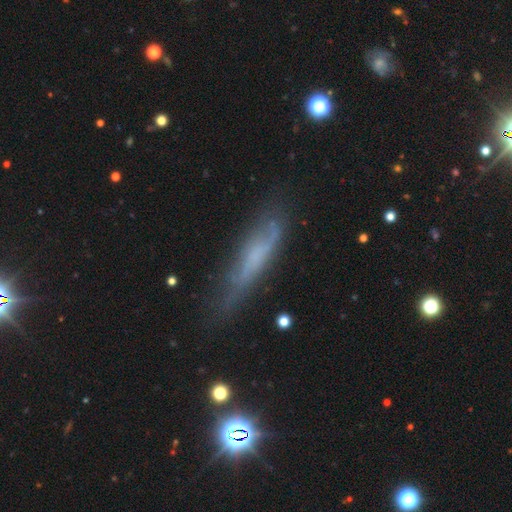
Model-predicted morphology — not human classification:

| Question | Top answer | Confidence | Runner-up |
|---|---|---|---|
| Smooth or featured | smooth | 46% | featured or disk (42%) |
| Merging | none | 57% | minor disturbance (28%) |